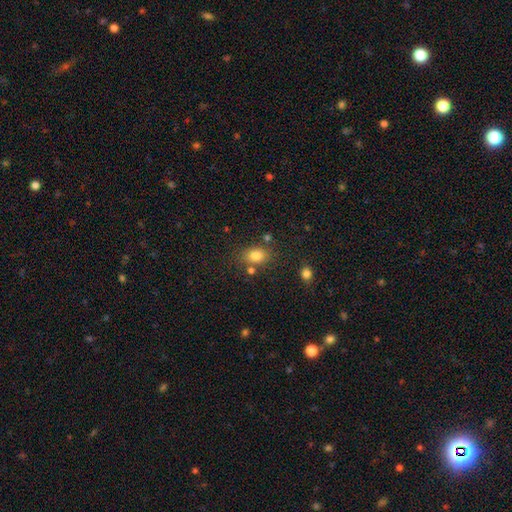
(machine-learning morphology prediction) Smooth or featured? smooth (81%)
How rounded? in between (67%)
Merging? none (72%)